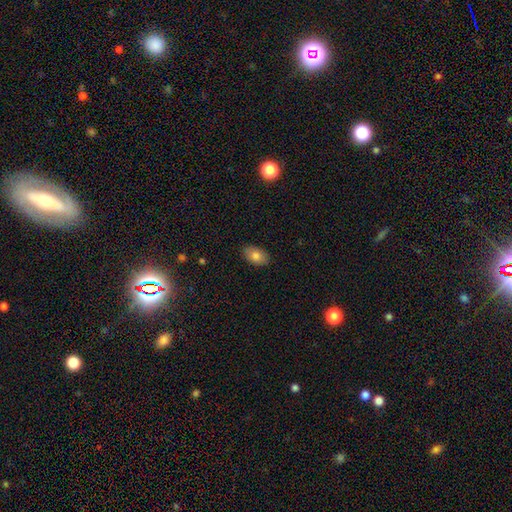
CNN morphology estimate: smooth-or-featured: smooth: 82% | featured or disk: 10% | star or artifact: 8%
  how-rounded: in between: 91% | round: 8% | cigar-shaped: 1%
  merging: none: 87% | minor disturbance: 10% | major disturbance: 2% | merger: 1%